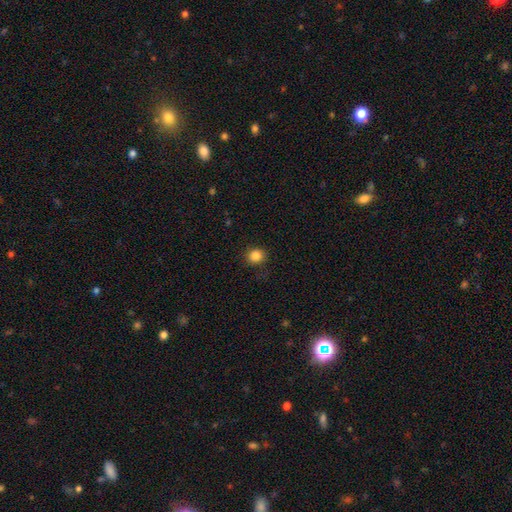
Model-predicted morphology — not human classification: A smooth galaxy with no disk features (85%) that is round (84%).

Vote fractions:
- Smooth or featured? smooth: 85% / star or artifact: 11% / featured or disk: 4%
- How rounded? round: 84% / in between: 15% / cigar-shaped: 1%
- Merging? none: 86% / minor disturbance: 10% / major disturbance: 3% / merger: 1%